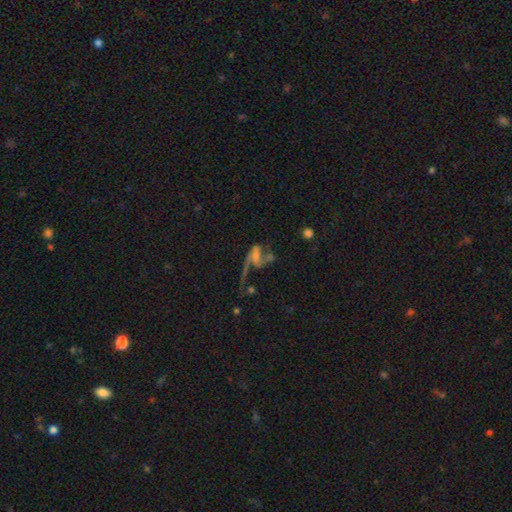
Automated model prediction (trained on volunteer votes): smooth-or-featured: featured or disk: 60% | smooth: 22% | star or artifact: 18%
  disk-edge-on: no: 94% | yes: 6%
    bar: no: 54% | weak: 30% | strong: 16%
    has-spiral-arms: yes: 67% | no: 33%
    bulge-size: none: 40% | small: 34% | moderate: 18% | large: 5% | dominant: 2%
  merging: major disturbance: 43% | none: 23% | merger: 21% | minor disturbance: 12%